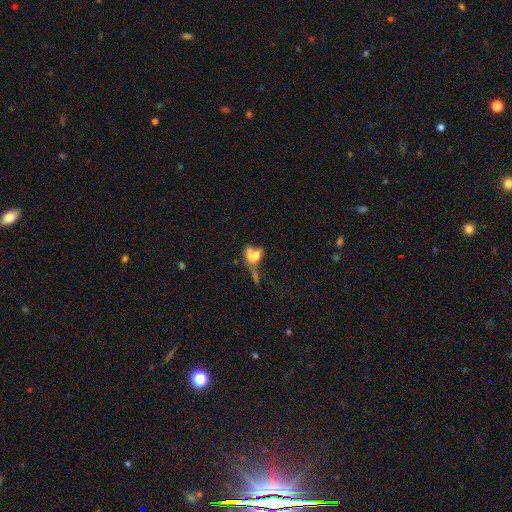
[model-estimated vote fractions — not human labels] A smooth galaxy with no disk features (51%) that is in between round and cigar-shaped (60%). Merging: merger (47%).